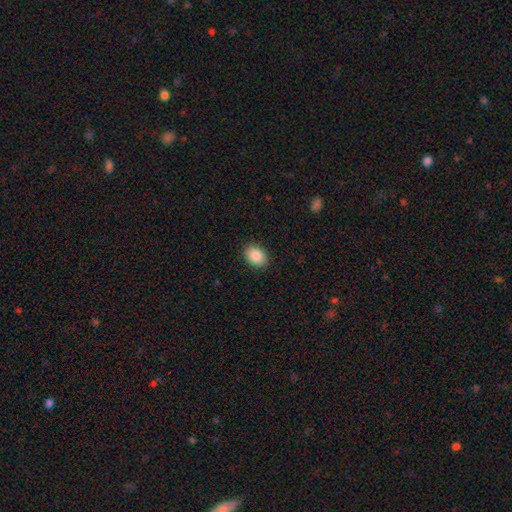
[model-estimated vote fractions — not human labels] Q: Smooth or featured?
A: smooth (87%); runner-up: star or artifact (8%)
Q: How rounded?
A: in between (64%); runner-up: round (35%)
Q: Merging?
A: none (89%); runner-up: minor disturbance (8%)